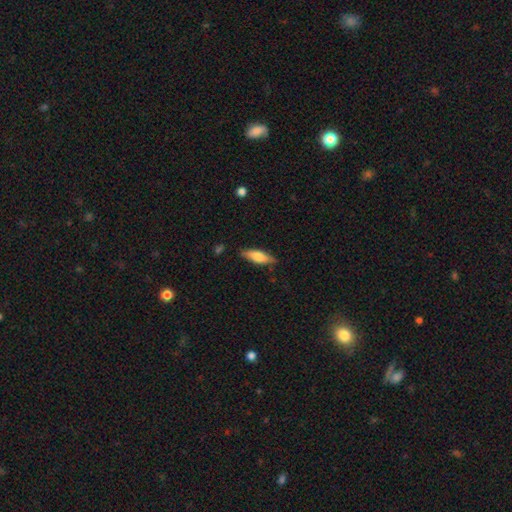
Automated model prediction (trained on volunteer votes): This is likely a smooth galaxy (69%). How rounded: possibly in between (53%). Merging: clearly none (81%).